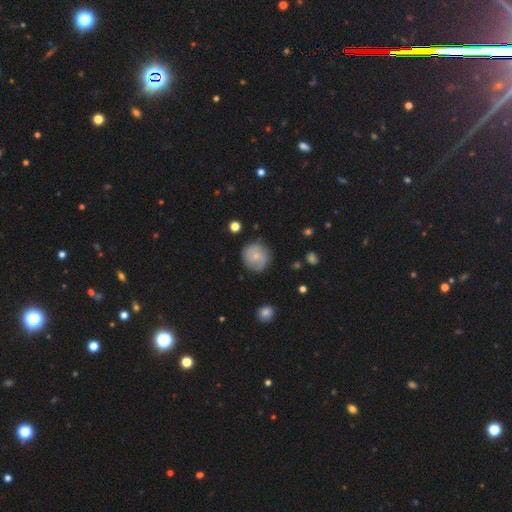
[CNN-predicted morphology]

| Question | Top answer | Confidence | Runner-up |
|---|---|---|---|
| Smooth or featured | smooth | 51% | featured or disk (41%) |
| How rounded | round | 91% | in between (8%) |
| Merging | none | 80% | minor disturbance (15%) |